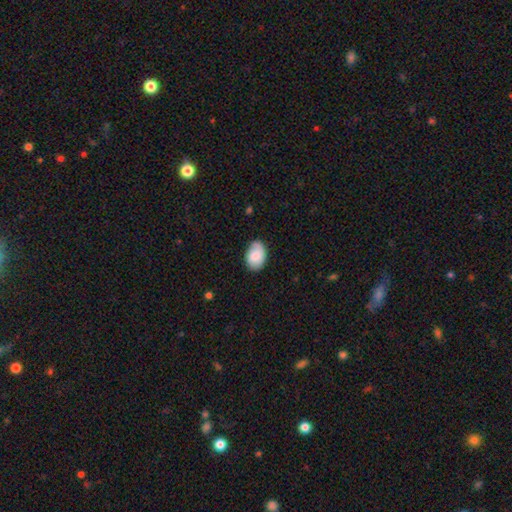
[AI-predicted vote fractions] Smooth or featured: smooth — 80% (featured or disk — 14%)
How rounded: in between — 84% (round — 15%)
Merging: none — 73% (minor disturbance — 21%)